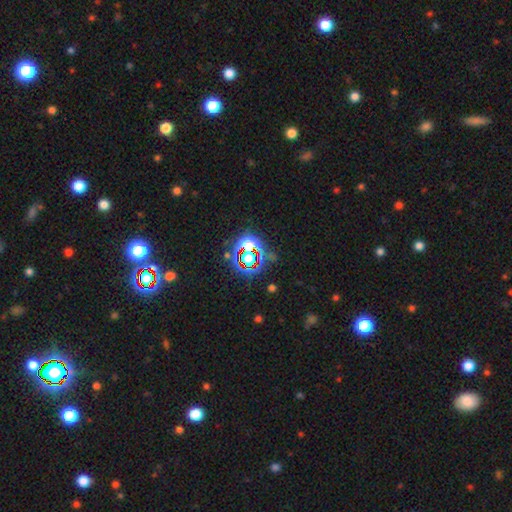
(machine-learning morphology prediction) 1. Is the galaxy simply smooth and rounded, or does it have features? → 77% star or artifact, 14% smooth, 9% featured or disk.